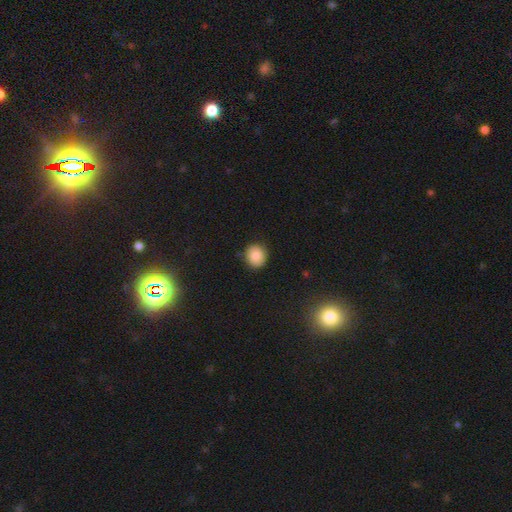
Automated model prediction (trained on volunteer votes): Q: Smooth or featured?
A: smooth (86%); runner-up: star or artifact (9%)
Q: How rounded?
A: round (84%); runner-up: in between (15%)
Q: Merging?
A: none (87%); runner-up: minor disturbance (9%)